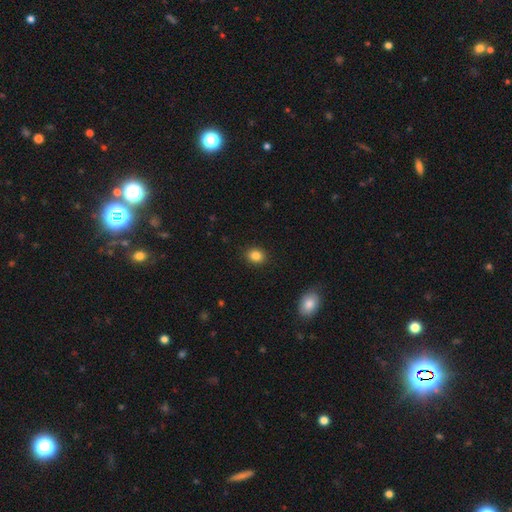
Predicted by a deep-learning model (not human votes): Smooth or featured?
  - smooth: 85% *
  - star or artifact: 10%
  - featured or disk: 5%
How rounded?
  - round: 59% *
  - in between: 40%
  - cigar-shaped: 1%
Merging?
  - none: 90% *
  - minor disturbance: 7%
  - major disturbance: 2%
  - merger: 1%